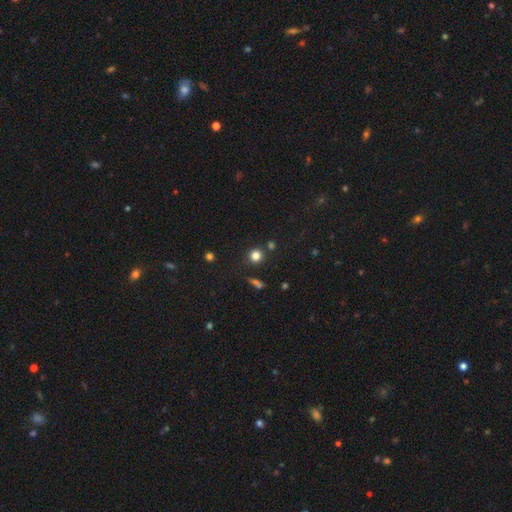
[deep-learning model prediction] smooth 78%, star or artifact 16%, featured or disk 6%. Down the decision tree: how rounded — round (89%); merging — none (82%).